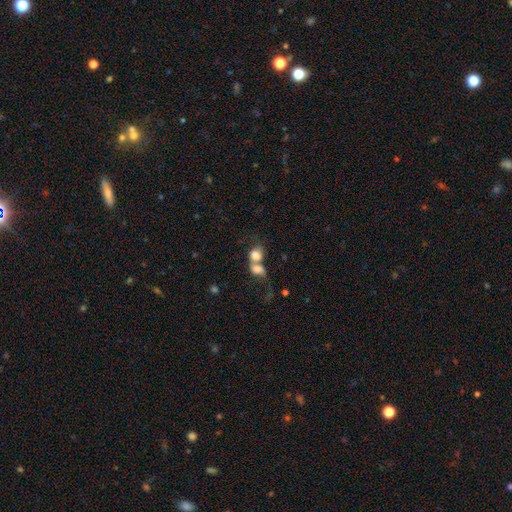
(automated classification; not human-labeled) smooth_or_featured: smooth (p=0.71) [alt: featured or disk p=0.19]
how_rounded: round (p=0.54) [alt: in between p=0.44]
merging: merger (p=0.79) [alt: none p=0.10]